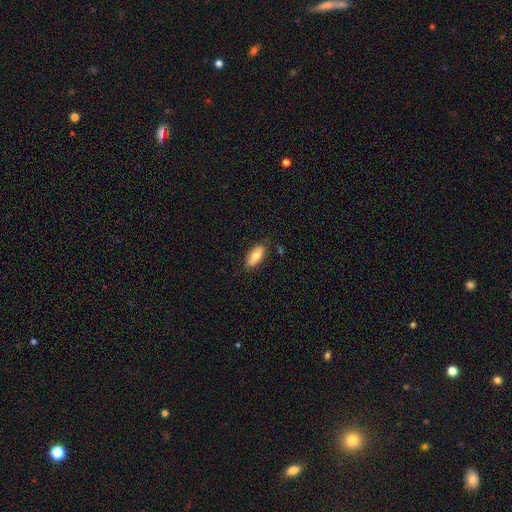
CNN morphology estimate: Smooth or featured? Predicted: smooth (p=0.75). How rounded? Predicted: in between (p=0.78). Merging? Predicted: none (p=0.81).